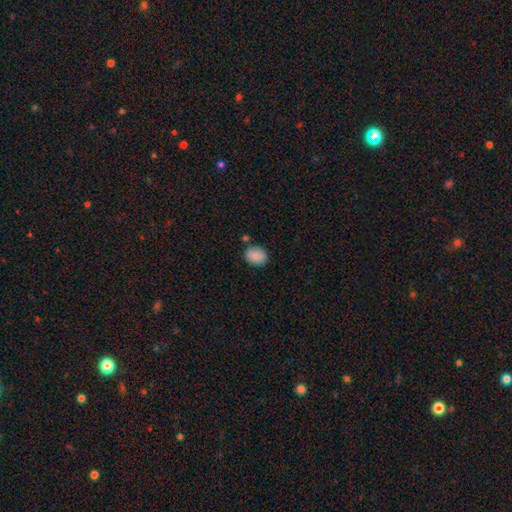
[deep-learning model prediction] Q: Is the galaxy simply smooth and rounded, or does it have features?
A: smooth — 87%.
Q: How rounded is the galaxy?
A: round — 56%.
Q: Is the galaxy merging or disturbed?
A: none — 76%.